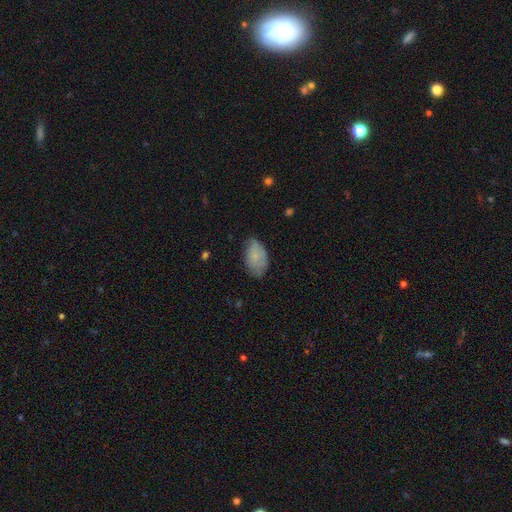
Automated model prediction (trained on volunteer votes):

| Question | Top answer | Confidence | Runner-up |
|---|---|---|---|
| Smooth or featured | smooth | 76% | featured or disk (17%) |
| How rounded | in between | 91% | round (7%) |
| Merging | none | 59% | minor disturbance (32%) |